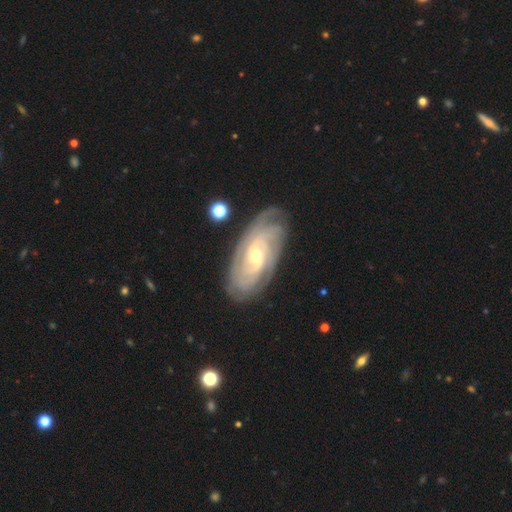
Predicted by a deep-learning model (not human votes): The model was most divided on "bar": weak: 42%, no: 41%, strong: 17%. Remaining: spiral arms — yes (97%); edge-on disk — no (94%); smooth or featured — featured or disk (88%); merging — none (79%); spiral winding — tight (73%); bulge size — small (51%); spiral arm count — can't tell (31%).